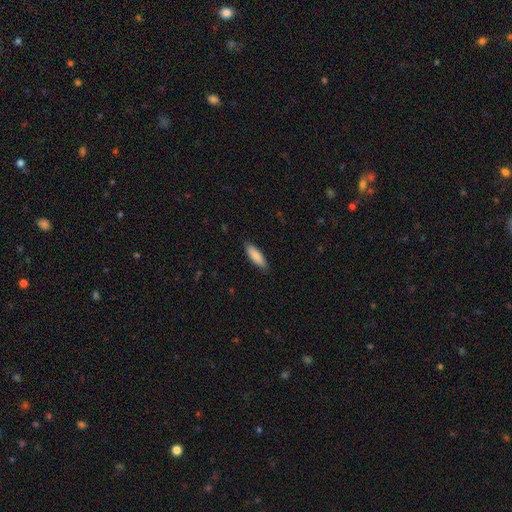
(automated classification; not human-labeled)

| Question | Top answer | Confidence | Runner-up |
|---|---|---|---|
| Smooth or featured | smooth | 88% | featured or disk (7%) |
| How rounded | cigar-shaped | 50% | in between (48%) |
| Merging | none | 87% | minor disturbance (10%) |